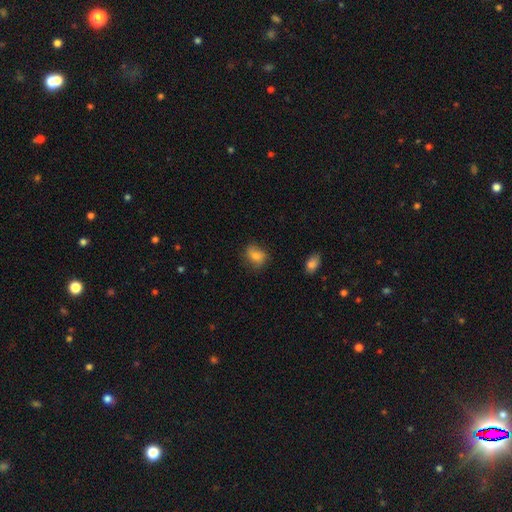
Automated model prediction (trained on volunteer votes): The model was most divided on "how rounded": in between: 53%, round: 46%, cigar-shaped: 1%. More confident: smooth or featured — smooth (77%); merging — none (72%).